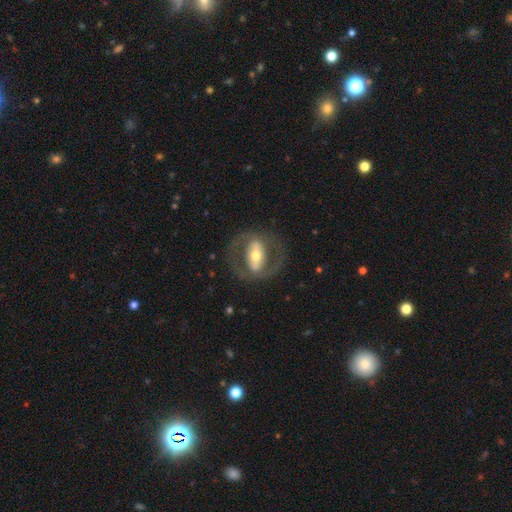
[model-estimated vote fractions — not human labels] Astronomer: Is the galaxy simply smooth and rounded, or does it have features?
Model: featured or disk — 76%.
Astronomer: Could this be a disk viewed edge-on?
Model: no — 91%.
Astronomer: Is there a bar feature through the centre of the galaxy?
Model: strong — 57%.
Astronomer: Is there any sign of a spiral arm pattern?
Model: yes — 58% (runner-up: no, 42%).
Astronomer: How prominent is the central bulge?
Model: moderate — 59%.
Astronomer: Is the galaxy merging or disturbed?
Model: none — 73%.